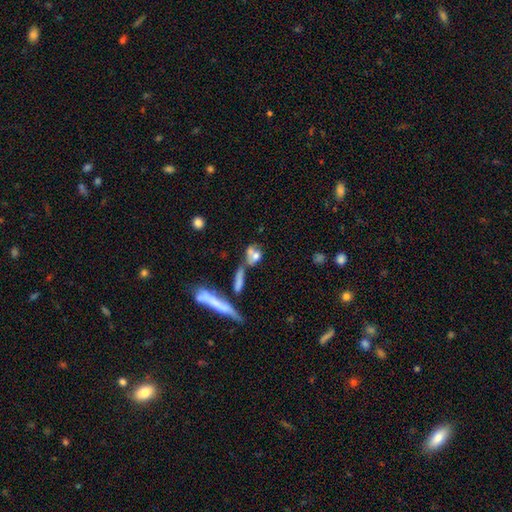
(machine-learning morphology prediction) smooth 61%, featured or disk 27%, star or artifact 12%. Down the decision tree: how rounded — in between (54%); merging — merger (48%).